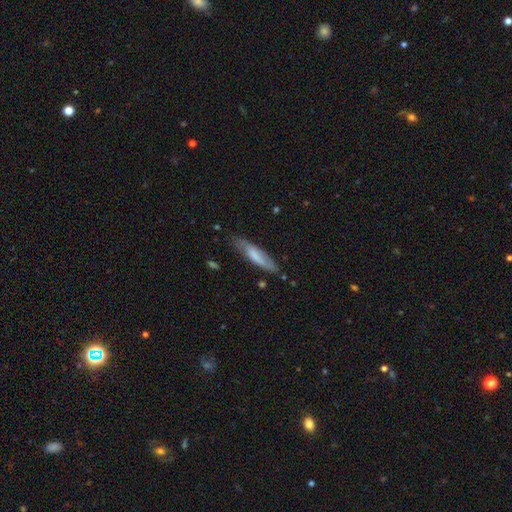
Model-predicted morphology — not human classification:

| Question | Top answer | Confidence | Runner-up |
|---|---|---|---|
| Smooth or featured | smooth | 65% | featured or disk (29%) |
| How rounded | cigar-shaped | 78% | in between (21%) |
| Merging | none | 71% | minor disturbance (22%) |